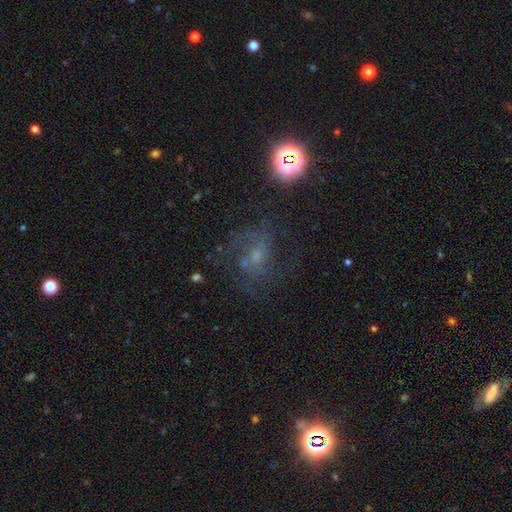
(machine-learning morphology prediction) A featured or disk galaxy (53%) with no bar (62%), spiral arms (76%) and a small central bulge (49%). Merging: none (58%).